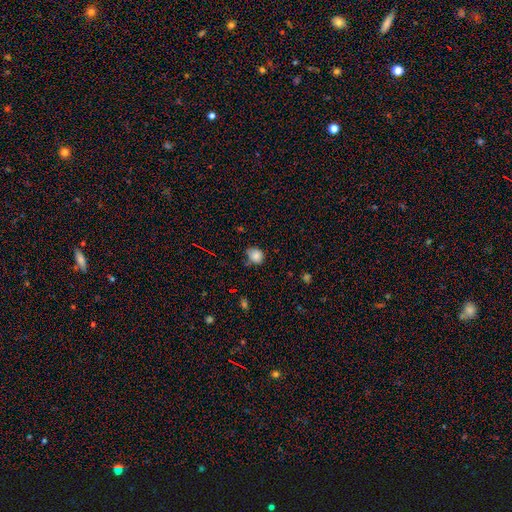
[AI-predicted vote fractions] Smooth or featured? smooth (82%)
How rounded? round (73%)
Merging? none (62%)